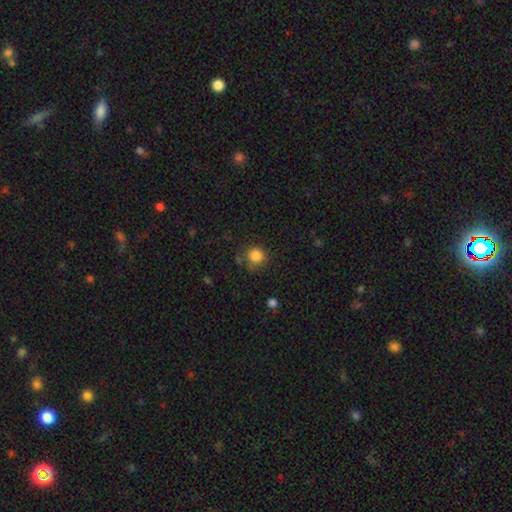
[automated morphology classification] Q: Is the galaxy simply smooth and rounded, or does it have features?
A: smooth — 84%.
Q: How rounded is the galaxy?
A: round — 90%.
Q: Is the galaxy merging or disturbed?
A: none — 76%.